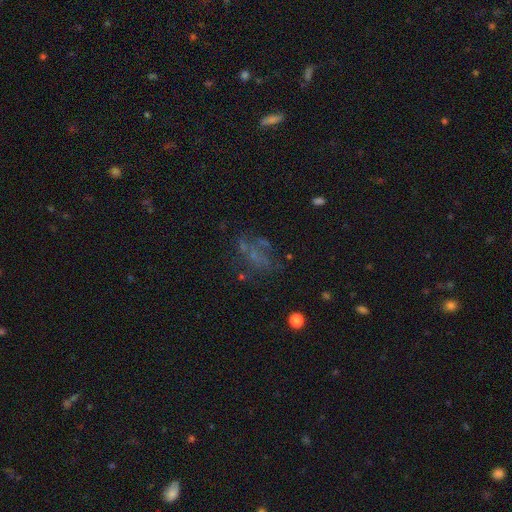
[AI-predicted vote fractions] Morphology: type=featured or disk (46%); merging=none (47%).